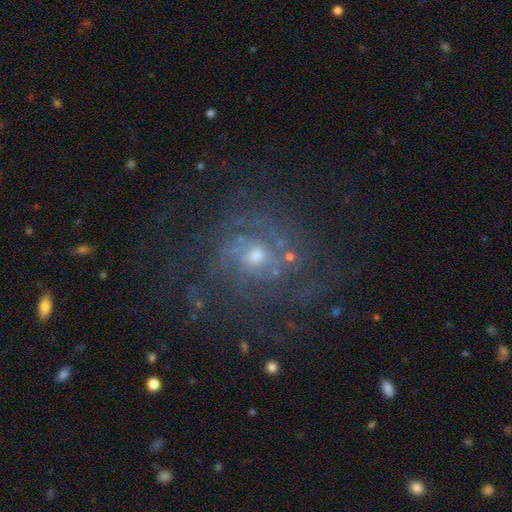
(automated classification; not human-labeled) smooth-or-featured: featured or disk: 75% | star or artifact: 13% | smooth: 12%
  disk-edge-on: no: 97% | yes: 3%
    bar: no: 70% | weak: 25% | strong: 5%
    has-spiral-arms: yes: 87% | no: 13%
      spiral-winding: tight: 45% | medium: 40% | loose: 15%
      spiral-arm-count: can't tell: 35% | 2: 25% | 3: 17% | 4: 9% | 1: 7% | more than 4: 7%
    bulge-size: moderate: 49% | small: 45% | large: 3% | none: 2% | dominant: 1%
  merging: none: 65% | minor disturbance: 16% | major disturbance: 16% | merger: 3%